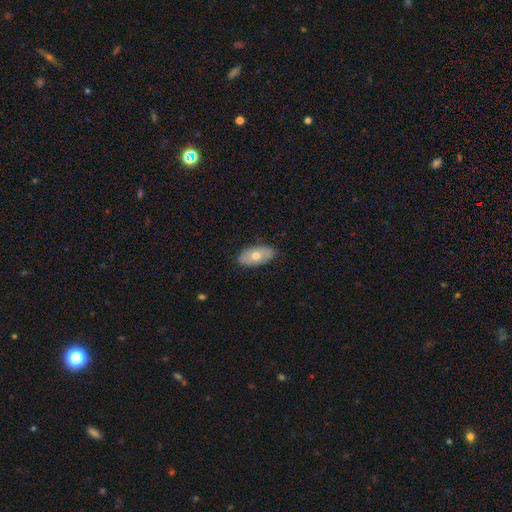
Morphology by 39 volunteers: Overall: smooth (69%; featured or disk 31%). How rounded: in between (89%). Merging: none (85%).